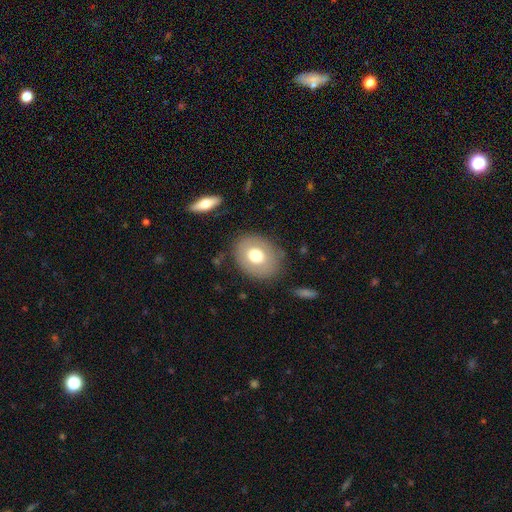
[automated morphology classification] Q: Smooth or featured?
A: smooth (64%); runner-up: featured or disk (28%)
Q: How rounded?
A: round (53%); runner-up: in between (47%)
Q: Merging?
A: none (81%); runner-up: minor disturbance (12%)